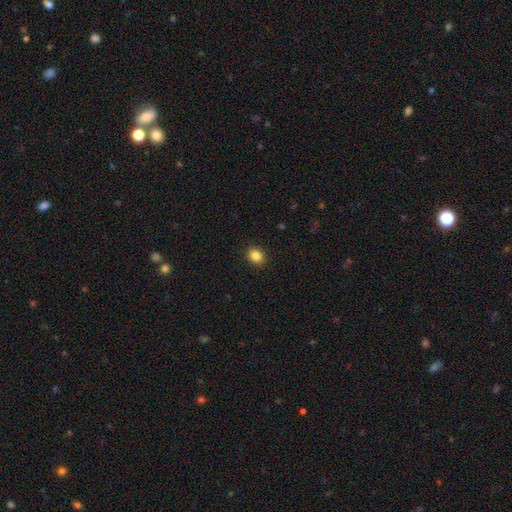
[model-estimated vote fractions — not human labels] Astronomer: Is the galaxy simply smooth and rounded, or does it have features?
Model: smooth — 85%.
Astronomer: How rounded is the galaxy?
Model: round — 59% (runner-up: in between, 40%).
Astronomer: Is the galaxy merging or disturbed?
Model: none — 91%.